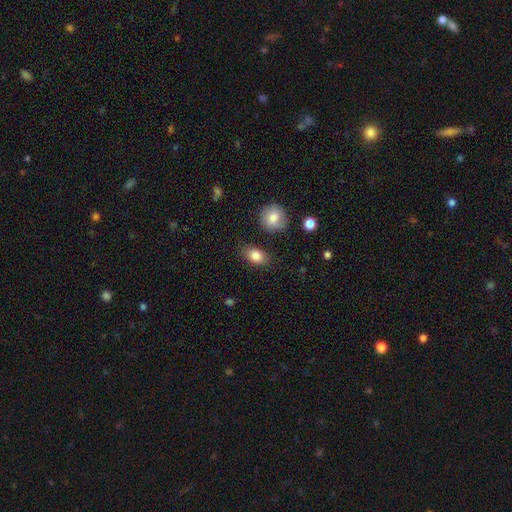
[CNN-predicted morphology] This is clearly a smooth galaxy (84%). How rounded: likely in between (79%). Merging: clearly none (81%).